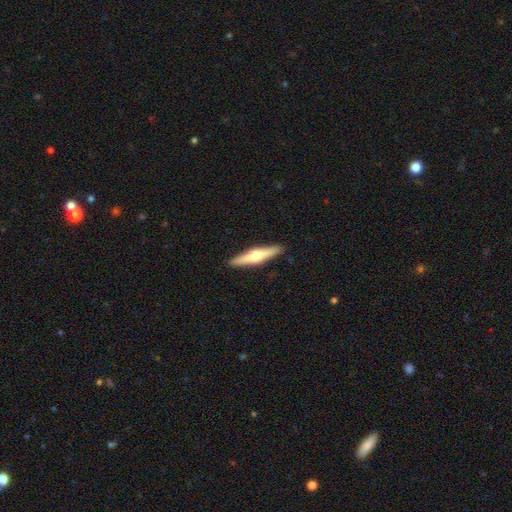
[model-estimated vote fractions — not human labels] Overall: featured or disk (63%; smooth 32%). Edge-on disk: yes (97%). Edge-on bulge: rounded (93%). Merging: none (92%).